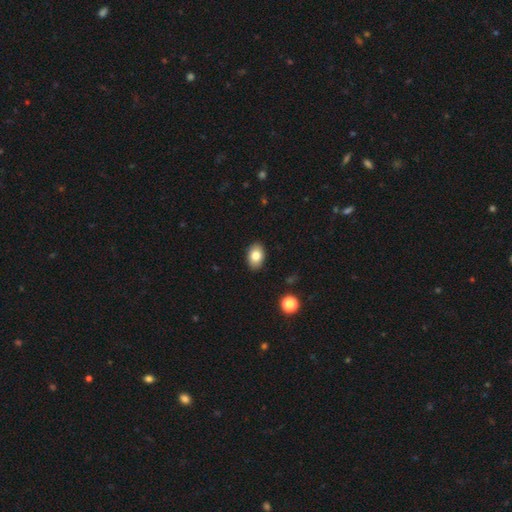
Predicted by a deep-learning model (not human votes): Overall: smooth (82%). How rounded: in between (85%). Merging: none (89%).